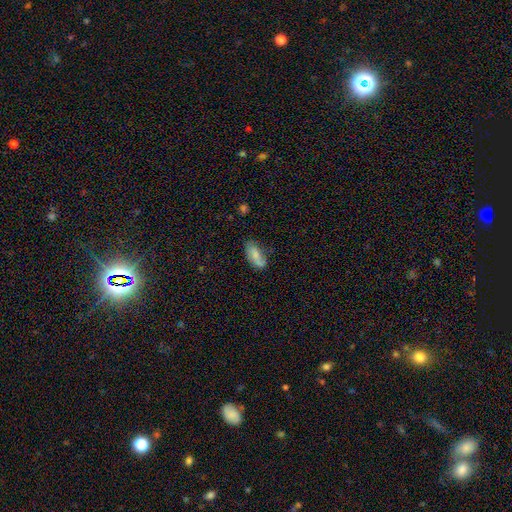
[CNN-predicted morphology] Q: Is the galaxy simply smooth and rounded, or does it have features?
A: smooth — 62%.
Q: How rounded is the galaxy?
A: in between — 90%.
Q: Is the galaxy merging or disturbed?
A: none — 59%.